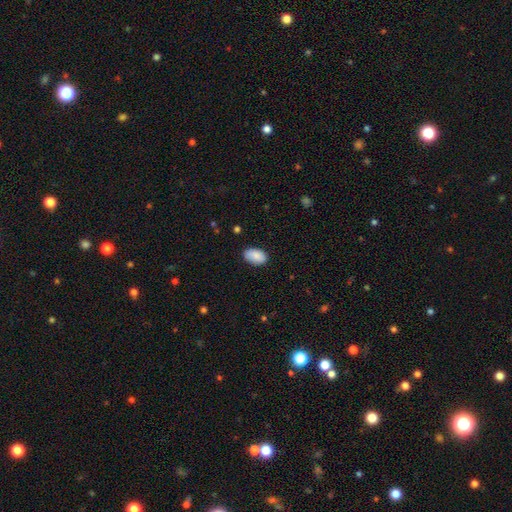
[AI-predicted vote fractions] smooth-or-featured: smooth: 88% | featured or disk: 6% | star or artifact: 6%
  how-rounded: in between: 94% | round: 5% | cigar-shaped: 1%
  merging: none: 85% | minor disturbance: 12% | major disturbance: 2% | merger: 1%